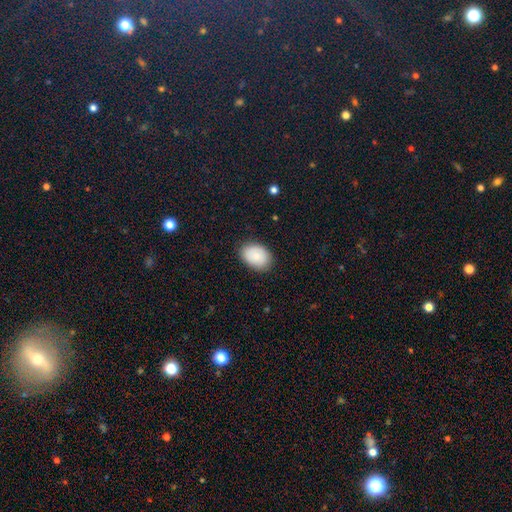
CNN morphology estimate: Smooth or featured? smooth (79%)
How rounded? in between (78%)
Merging? none (85%)